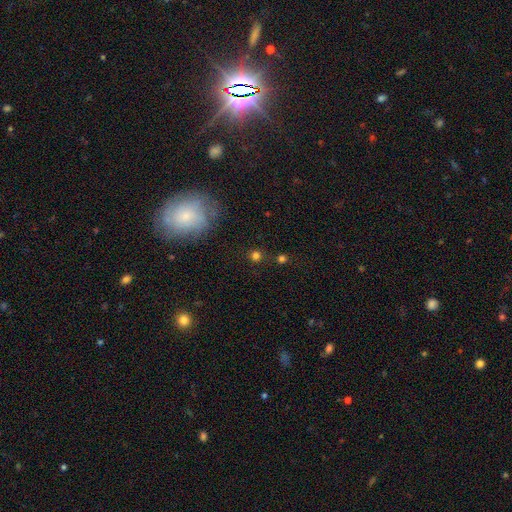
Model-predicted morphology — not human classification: A smooth galaxy with no disk features (72%) that is round (91%). Merging: none (82%).